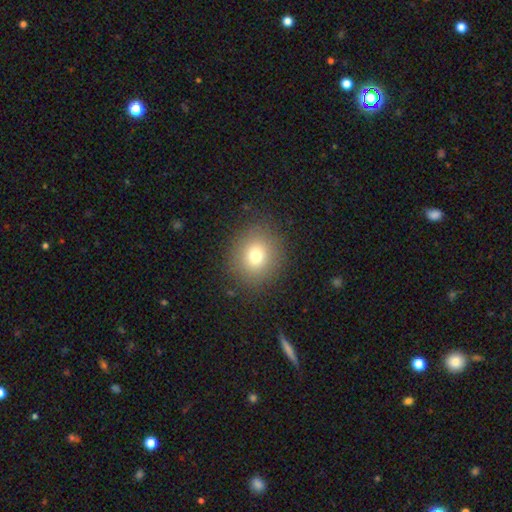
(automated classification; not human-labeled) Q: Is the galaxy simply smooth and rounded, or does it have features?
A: smooth — 76%.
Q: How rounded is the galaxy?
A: round — 74%.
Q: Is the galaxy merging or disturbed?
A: none — 87%.